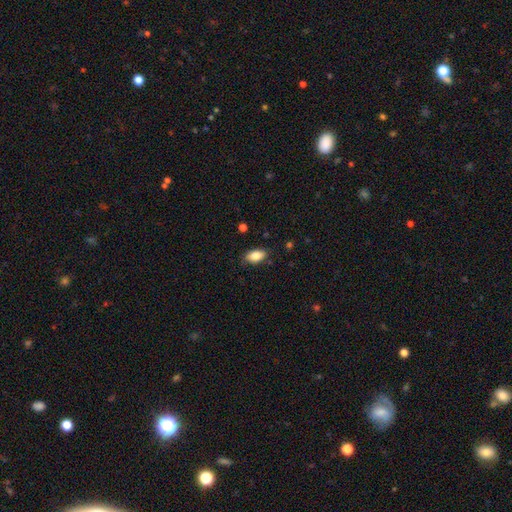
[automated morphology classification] Smooth or featured?
  - smooth: 85% *
  - featured or disk: 8%
  - star or artifact: 7%
How rounded?
  - in between: 91% *
  - round: 5%
  - cigar-shaped: 4%
Merging?
  - none: 83% *
  - minor disturbance: 13%
  - major disturbance: 3%
  - merger: 1%